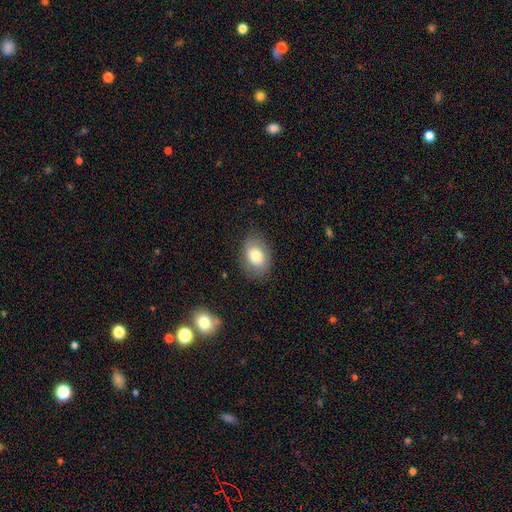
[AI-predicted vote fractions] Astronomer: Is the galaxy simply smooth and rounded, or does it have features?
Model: smooth — 76%.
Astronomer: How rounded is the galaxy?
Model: in between — 75%.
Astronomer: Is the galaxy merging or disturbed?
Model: none — 79%.